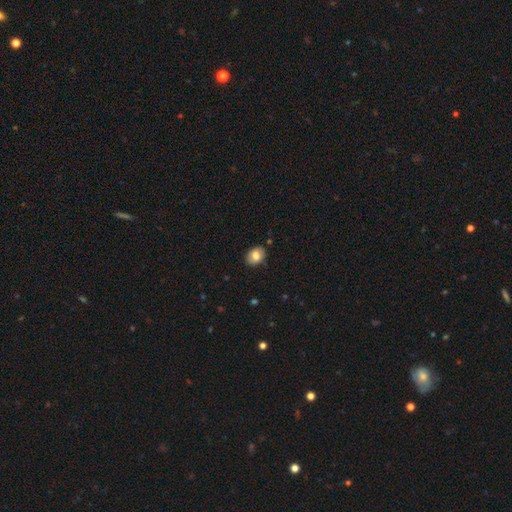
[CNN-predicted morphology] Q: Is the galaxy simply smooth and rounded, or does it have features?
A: smooth — 78%.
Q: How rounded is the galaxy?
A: in between — 65%.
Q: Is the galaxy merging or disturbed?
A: none — 86%.